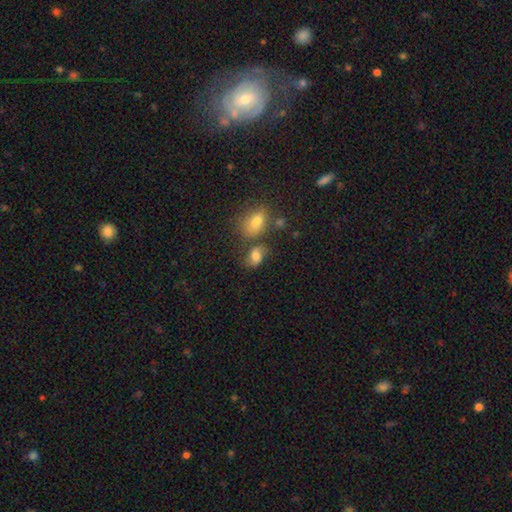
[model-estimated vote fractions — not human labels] Smooth or featured: smooth — 66% (featured or disk — 22%)
How rounded: in between — 74% (round — 24%)
Merging: none — 49% (minor disturbance — 21%)